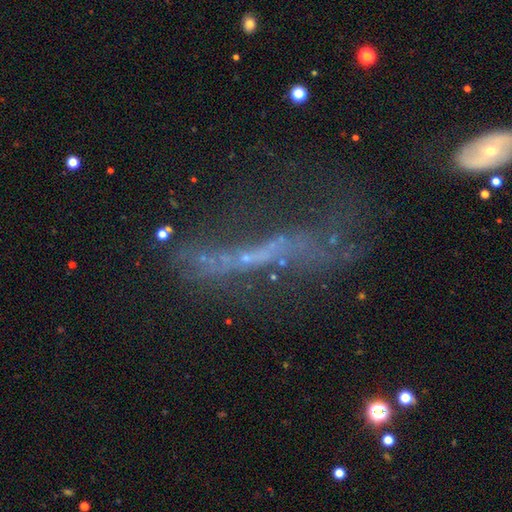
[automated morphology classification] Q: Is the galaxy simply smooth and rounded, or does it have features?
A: featured or disk — 53%.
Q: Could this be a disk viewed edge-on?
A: no — 65%.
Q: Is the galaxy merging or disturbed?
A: major disturbance — 37%.